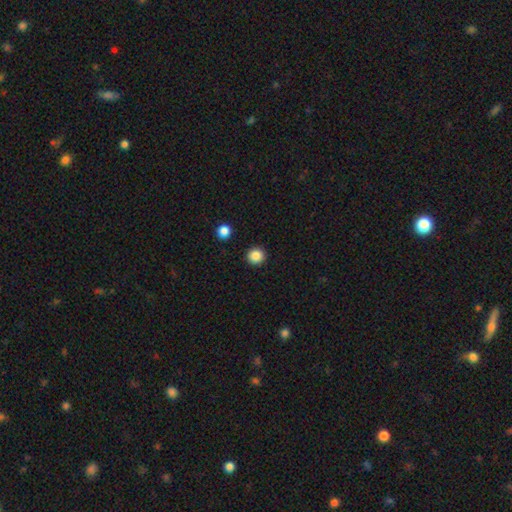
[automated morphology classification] Smooth or featured? smooth (87%)
How rounded? round (93%)
Merging? none (93%)